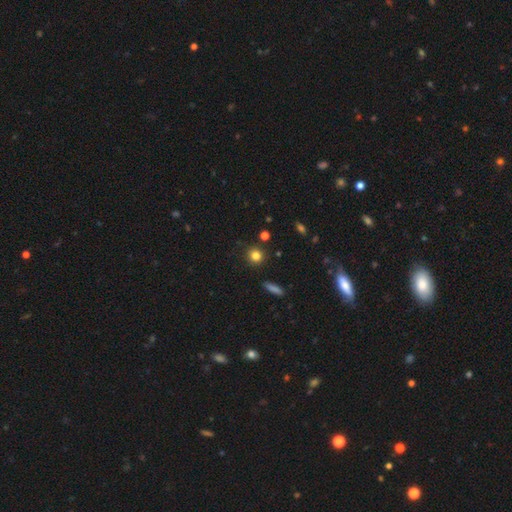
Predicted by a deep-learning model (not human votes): Smooth or featured: smooth — 81% (star or artifact — 12%)
How rounded: round — 90% (in between — 8%)
Merging: none — 89% (minor disturbance — 7%)